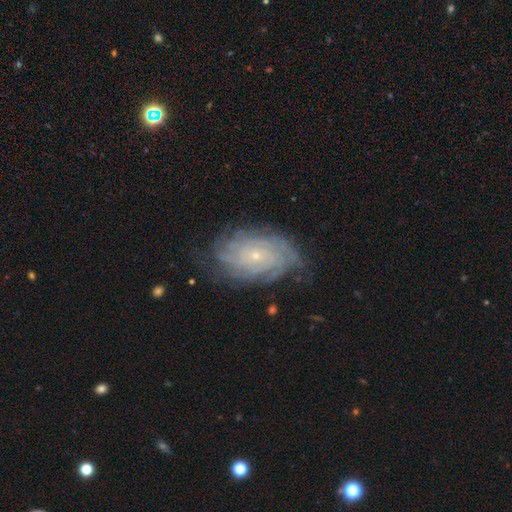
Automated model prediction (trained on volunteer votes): featured or disk 82%, smooth 10%, star or artifact 7%. Down the decision tree: edge-on disk — no (96%); bar — no (78%); spiral arms — yes (96%); spiral arm count — can't tell (37%); spiral winding — tight (77%); bulge size — small (83%); merging — none (76%).